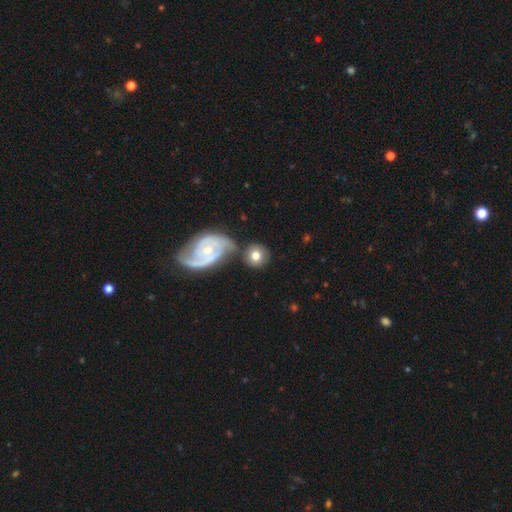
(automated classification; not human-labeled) A smooth galaxy with no disk features (67%) that is round (86%). Merging: none (70%).